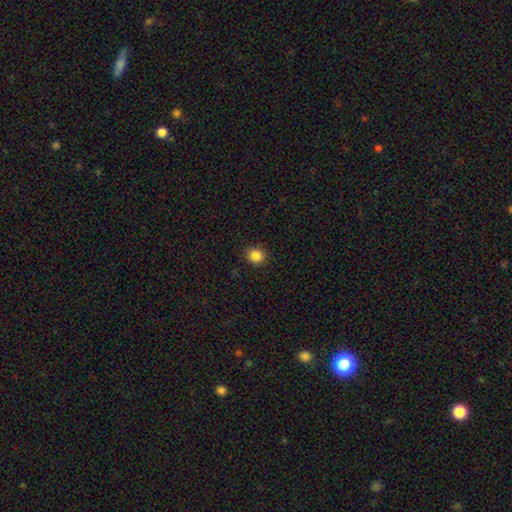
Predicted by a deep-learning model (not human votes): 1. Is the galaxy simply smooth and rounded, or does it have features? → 85% smooth, 11% star or artifact, 4% featured or disk.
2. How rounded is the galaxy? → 81% round, 18% in between, 1% cigar-shaped.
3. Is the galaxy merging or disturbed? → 90% none, 7% minor disturbance, 2% major disturbance, 1% merger.